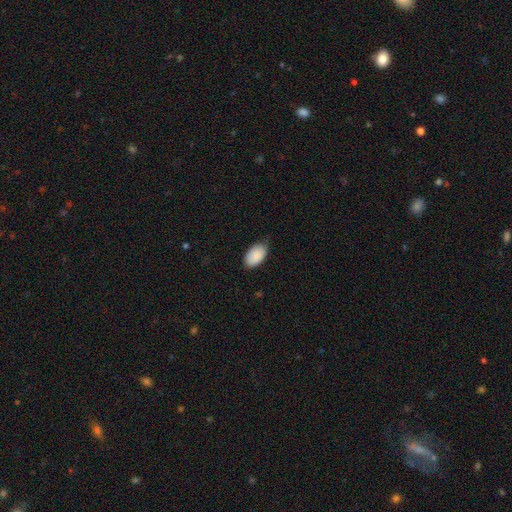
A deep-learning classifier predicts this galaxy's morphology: Overall: smooth (90%). How rounded: in between (95%). Merging: none (76%).